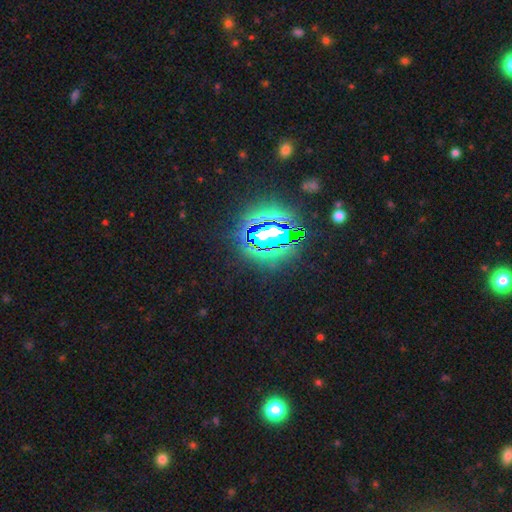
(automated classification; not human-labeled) The model was most divided on "smooth or featured": star or artifact: 84%, smooth: 9%, featured or disk: 6%.